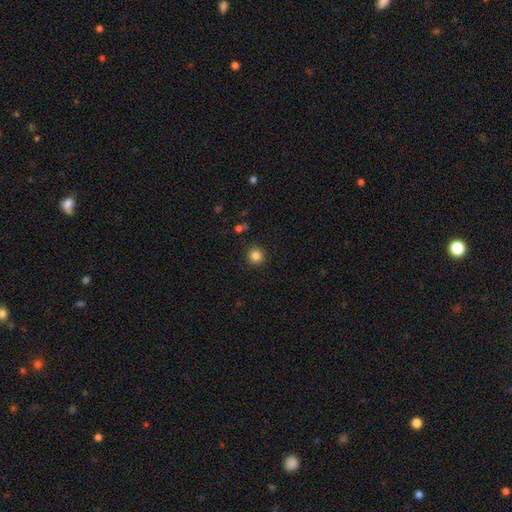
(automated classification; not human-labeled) Smooth or featured? smooth (84%)
How rounded? round (94%)
Merging? none (91%)